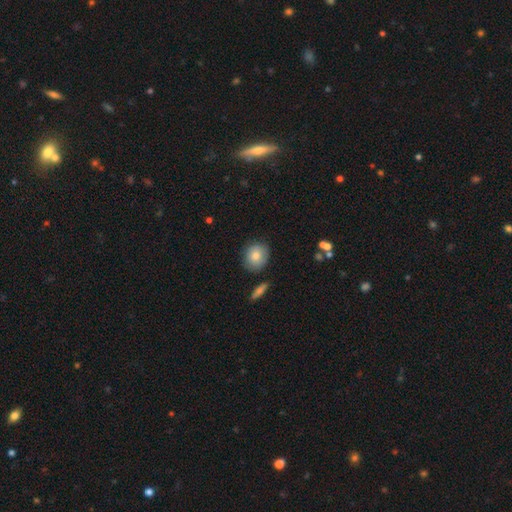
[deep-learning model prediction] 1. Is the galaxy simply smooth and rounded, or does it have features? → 81% smooth, 12% featured or disk, 7% star or artifact.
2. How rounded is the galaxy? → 73% round, 25% in between, 1% cigar-shaped.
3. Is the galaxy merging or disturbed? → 81% none, 14% minor disturbance, 3% major disturbance, 3% merger.